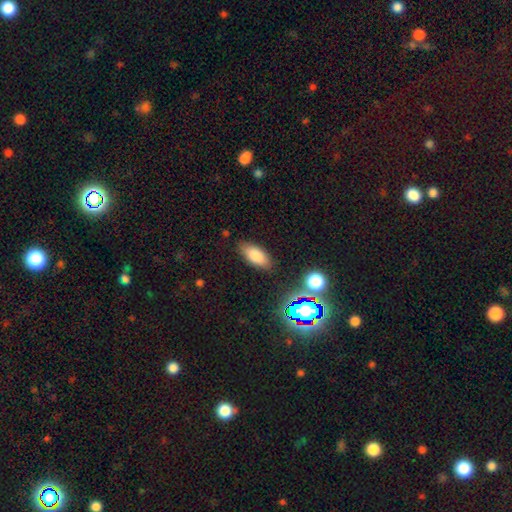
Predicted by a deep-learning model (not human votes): Smooth or featured? smooth (81%)
How rounded? in between (85%)
Merging? none (84%)